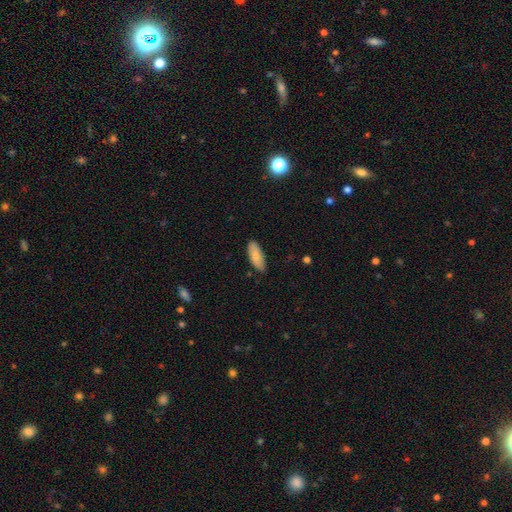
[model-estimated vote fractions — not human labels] Smooth or featured? smooth (79%)
How rounded? in between (81%)
Merging? none (81%)